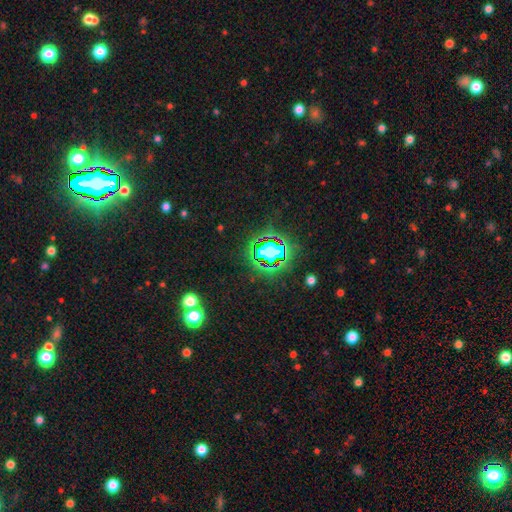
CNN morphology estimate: Overall: star or artifact (81%).